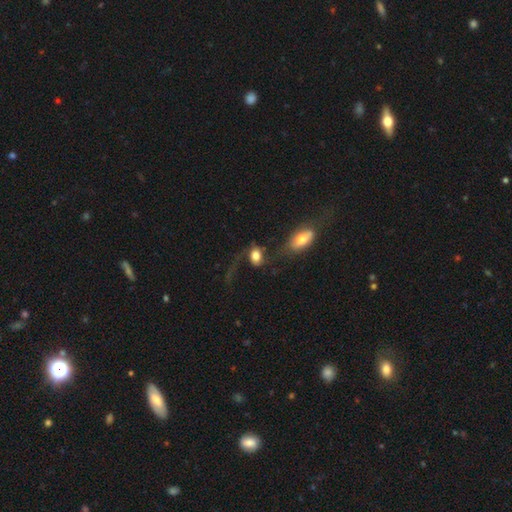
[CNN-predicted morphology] The model was most divided on "merging": major disturbance: 35%, none: 30%, merger: 18%, minor disturbance: 16%. More confident: how rounded — in between (71%); smooth or featured — smooth (70%).